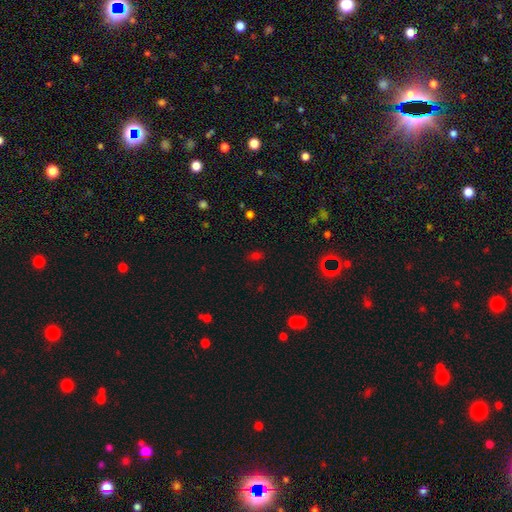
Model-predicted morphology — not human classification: Smooth or featured? smooth (55%)
How rounded? in between (76%)
Merging? none (75%)